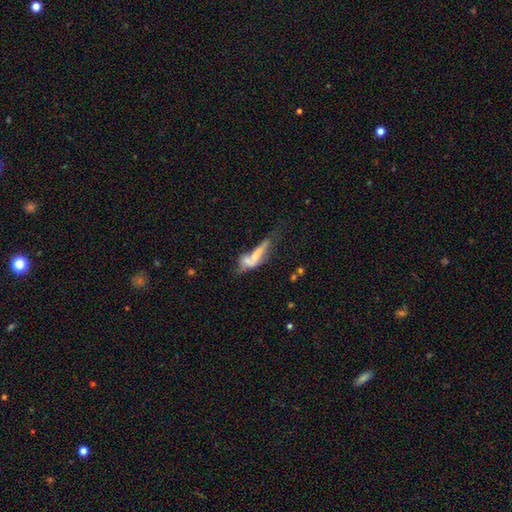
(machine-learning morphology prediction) A smooth galaxy with no disk features (48%).

Vote fractions:
- Smooth or featured? smooth: 48% / featured or disk: 41% / star or artifact: 11%
- Merging? merger: 38% / major disturbance: 25% / none: 21% / minor disturbance: 16%